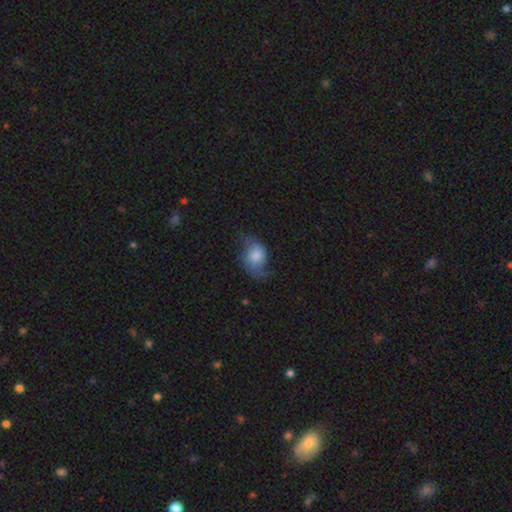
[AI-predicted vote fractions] The model was most divided on "smooth or featured": smooth: 52%, featured or disk: 39%, star or artifact: 9%. More confident: how rounded — in between (72%); merging — none (53%).